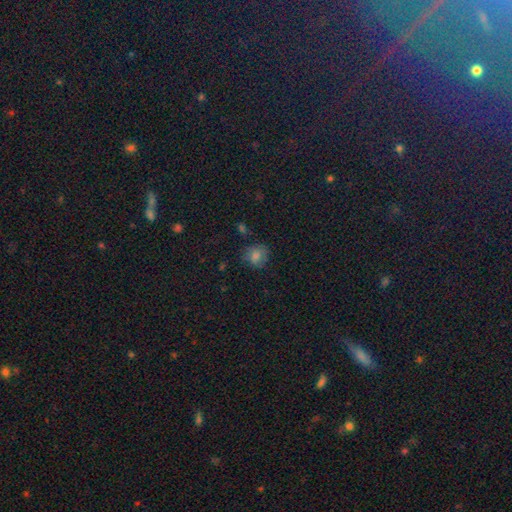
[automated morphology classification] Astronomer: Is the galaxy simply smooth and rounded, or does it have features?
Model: smooth — 77%.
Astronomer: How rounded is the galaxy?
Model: round — 79%.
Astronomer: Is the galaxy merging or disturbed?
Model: none — 72%.